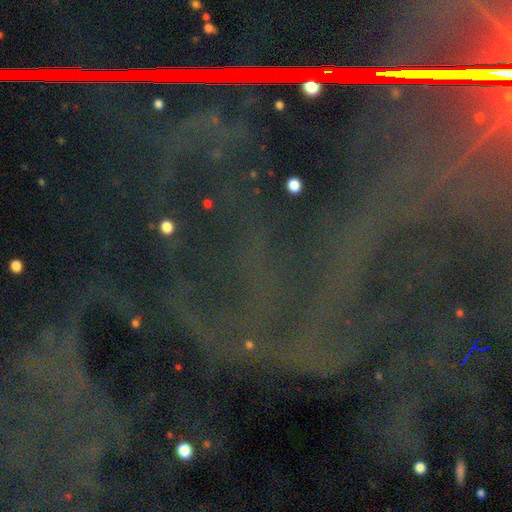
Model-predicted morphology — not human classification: Overall: star or artifact (85%).